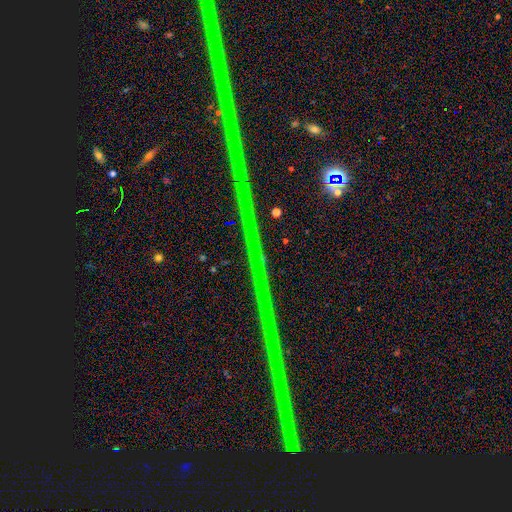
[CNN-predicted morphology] This appears to be a star or artifact, not a galaxy (89%).